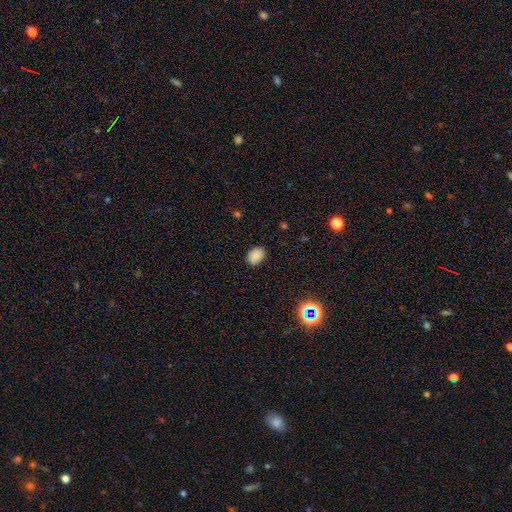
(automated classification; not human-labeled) This appears to be a smooth galaxy with no disk features (86%) that is in between round and cigar-shaped (79%). Merging: none (83%).